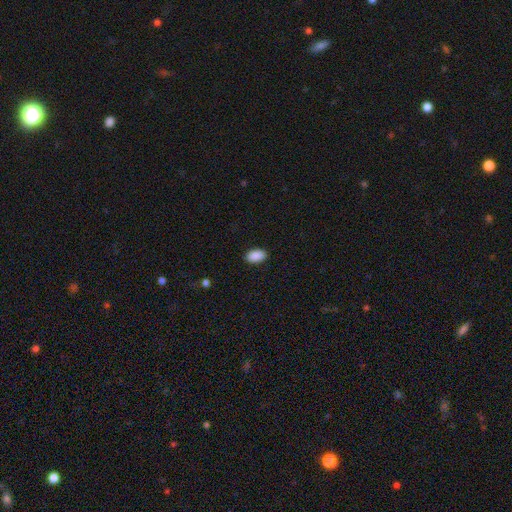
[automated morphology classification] Smooth or featured?
  - smooth: 90% *
  - star or artifact: 7%
  - featured or disk: 3%
How rounded?
  - in between: 93% *
  - round: 6%
  - cigar-shaped: 2%
Merging?
  - none: 89% *
  - minor disturbance: 8%
  - major disturbance: 2%
  - merger: 1%